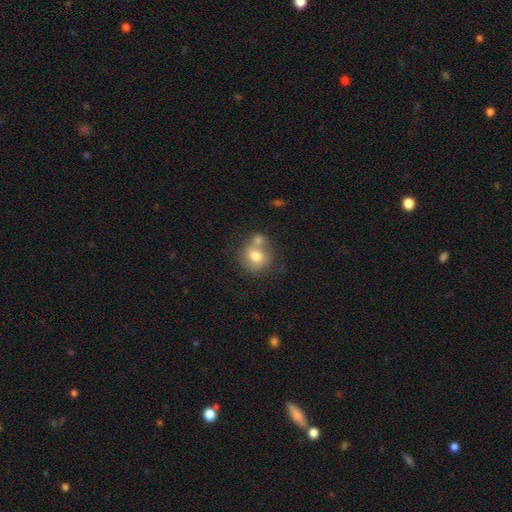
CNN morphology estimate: This is likely a smooth galaxy (68%). How rounded: clearly round (81%). Merging: marginally none (42%).